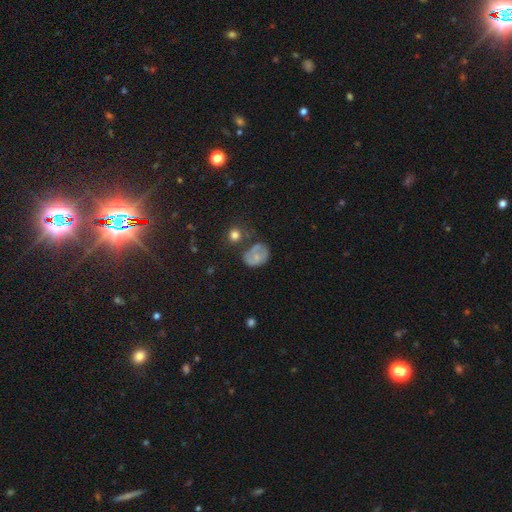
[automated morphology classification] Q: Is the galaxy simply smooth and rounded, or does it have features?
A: smooth — 56%.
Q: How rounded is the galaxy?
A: in between — 54%.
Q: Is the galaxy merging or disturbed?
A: none — 44%.